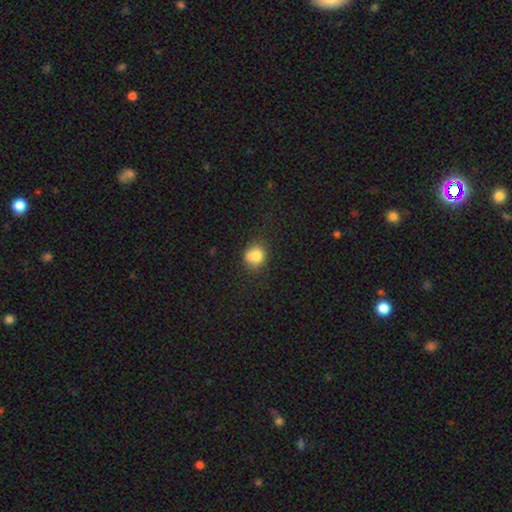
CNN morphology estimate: Smooth or featured? smooth (76%)
How rounded? round (71%)
Merging? none (50%)